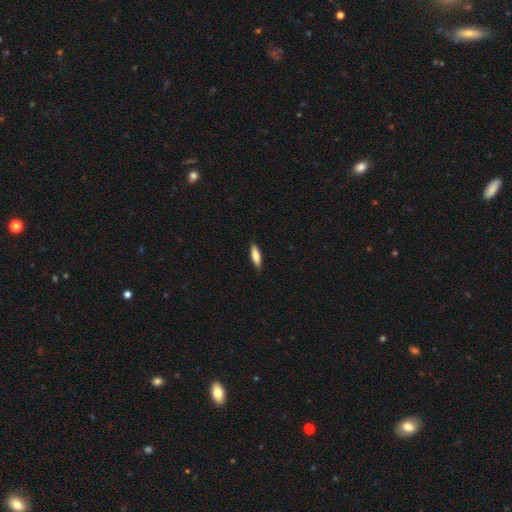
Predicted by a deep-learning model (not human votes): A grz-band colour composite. It shows a smooth galaxy with no disk features (77%) that is cigar-shaped (62%). Merging: none (87%).